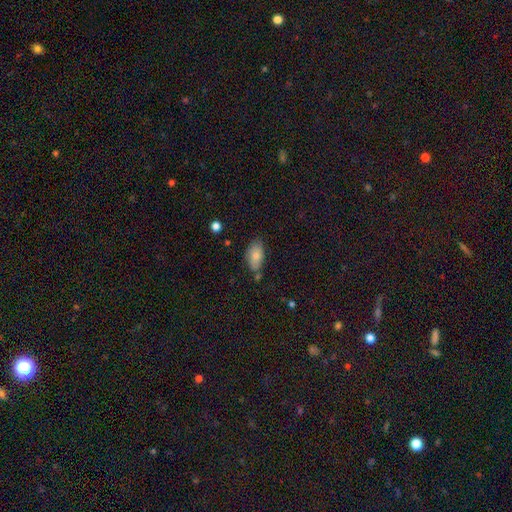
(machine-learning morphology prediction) Smooth or featured? Predicted: smooth (p=0.82). How rounded? Predicted: in between (p=0.93). Merging? Predicted: none (p=0.67).